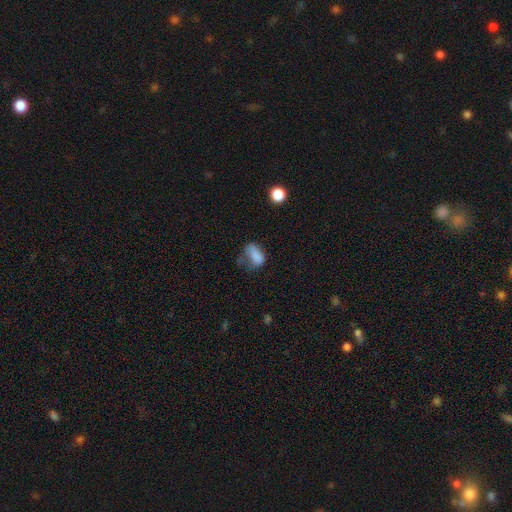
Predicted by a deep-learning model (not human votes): Overall: smooth (74%). How rounded: in between (84%). Merging: major disturbance (33%; none 31%).